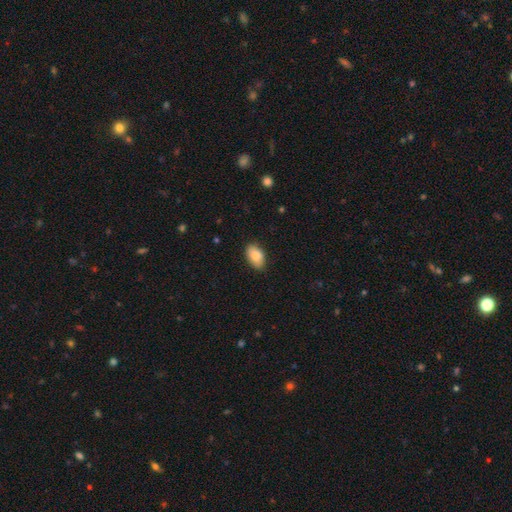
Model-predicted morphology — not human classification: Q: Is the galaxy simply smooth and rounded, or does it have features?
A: smooth — 87%.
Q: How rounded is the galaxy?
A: in between — 92%.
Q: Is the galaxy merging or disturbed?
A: none — 83%.